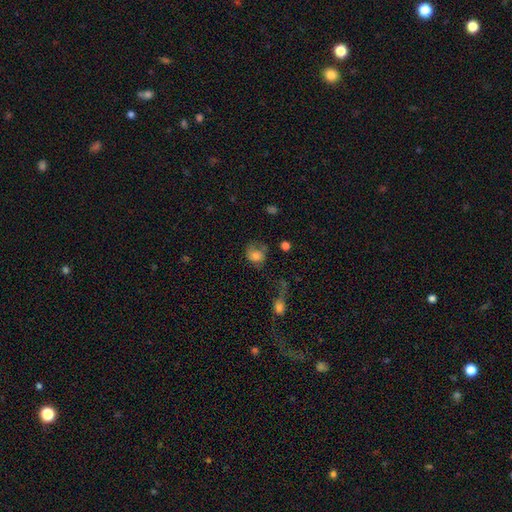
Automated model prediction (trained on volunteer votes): Overall: smooth (71%). How rounded: round (59%; in between 40%). Merging: none (33%; major disturbance 31%).